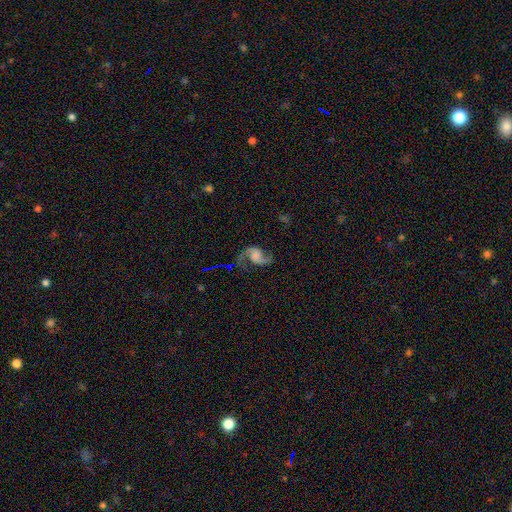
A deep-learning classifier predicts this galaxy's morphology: The model was most divided on "bar": no: 59%, weak: 31%, strong: 10%. More confident: edge-on disk — no (98%); spiral arms — yes (96%); spiral arm count — 2 (92%); smooth or featured — featured or disk (85%); spiral winding — loose (67%); merging — none (64%); bulge size — none (52%).